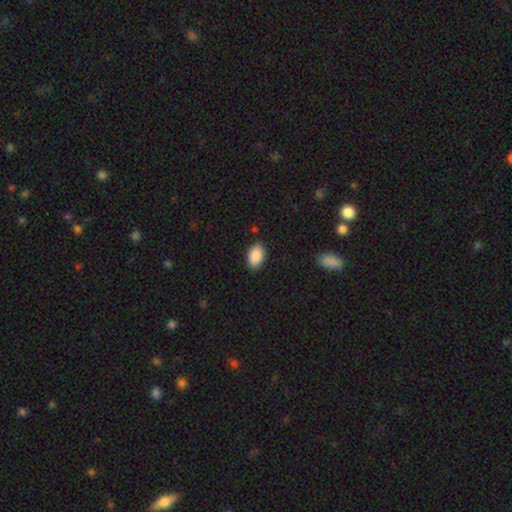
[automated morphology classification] This is clearly a smooth galaxy (89%). How rounded: clearly in between (92%). Merging: clearly none (86%).